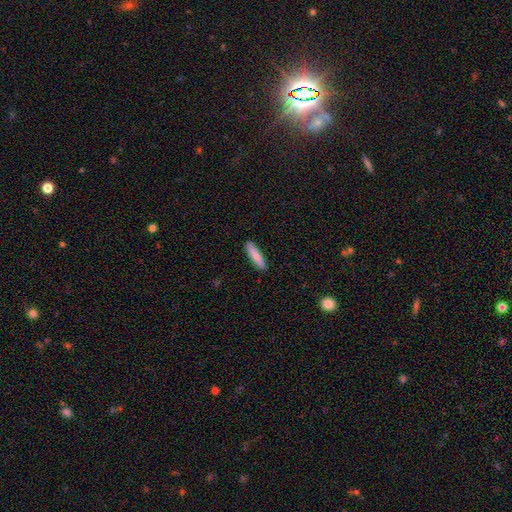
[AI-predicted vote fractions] A smooth galaxy with no disk features (82%) that is cigar-shaped (82%).

Vote fractions:
- Smooth or featured? smooth: 82% / featured or disk: 12% / star or artifact: 6%
- How rounded? cigar-shaped: 82% / in between: 17% / round: 1%
- Merging? none: 89% / minor disturbance: 8% / major disturbance: 2% / merger: 1%